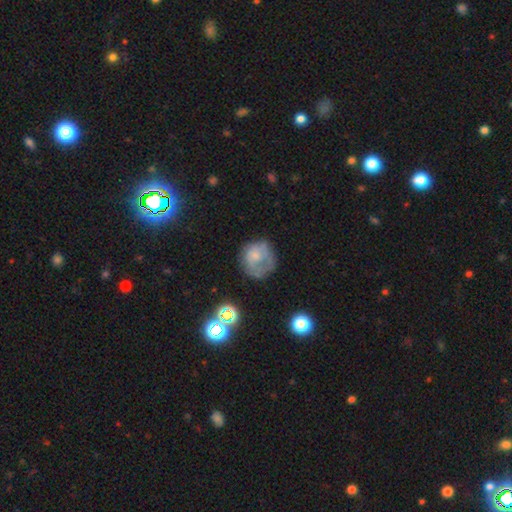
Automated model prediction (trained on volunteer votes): Morphology: type=smooth (51%); roundness=round (82%); merging=none (49%).